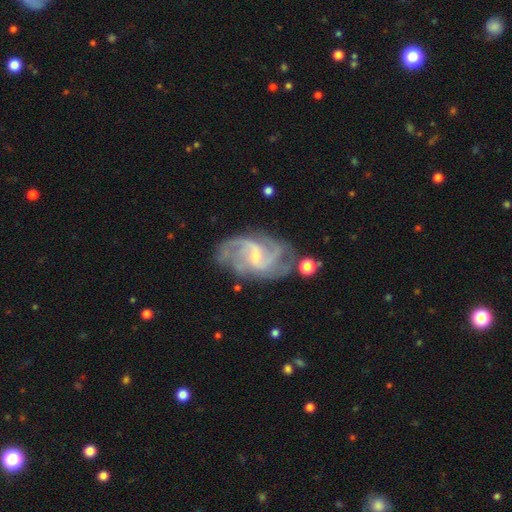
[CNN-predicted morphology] Smooth or featured? featured or disk (89%)
Edge-on disk? no (97%)
Bar? weak (54%)
Spiral arms? yes (97%)
Spiral winding? medium (51%)
Spiral arm count? 2 (32%)
Bulge size? small (73%)
Merging? none (65%)